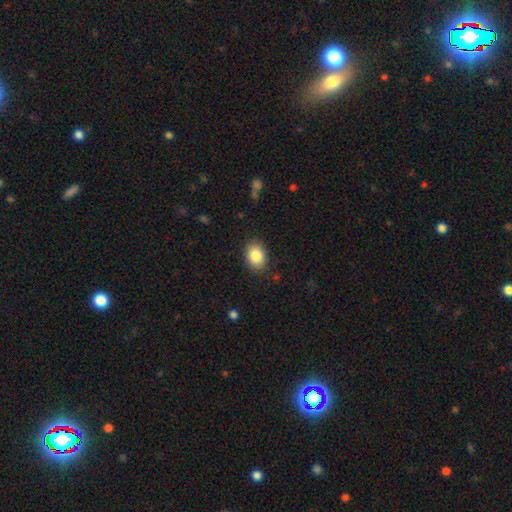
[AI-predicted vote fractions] smooth_or_featured: smooth (p=0.86) [alt: star or artifact p=0.08]
how_rounded: in between (p=0.70) [alt: round p=0.29]
merging: none (p=0.86) [alt: minor disturbance p=0.10]